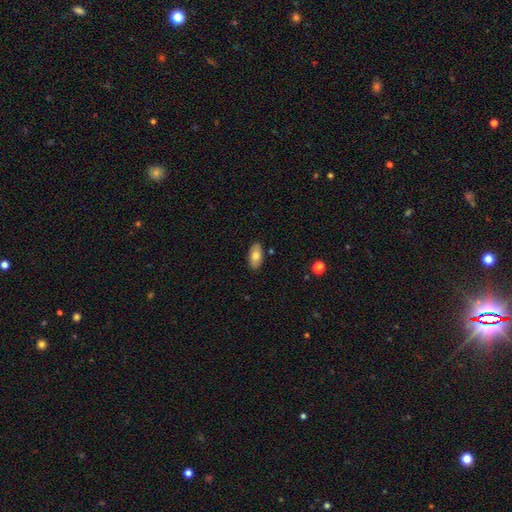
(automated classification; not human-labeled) Smooth or featured: smooth — 78% (featured or disk — 15%)
How rounded: in between — 93% (cigar-shaped — 4%)
Merging: none — 87% (minor disturbance — 9%)